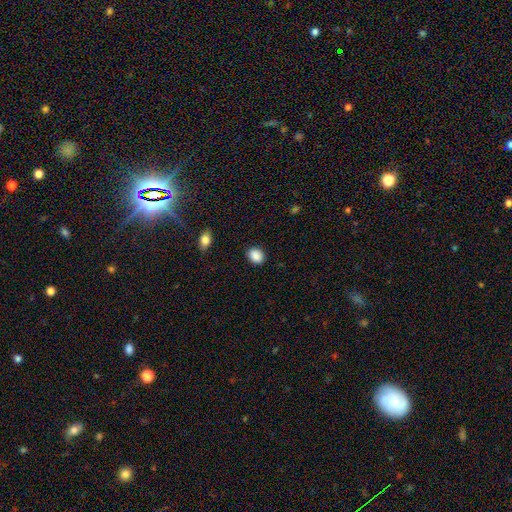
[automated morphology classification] Overall: smooth (89%). How rounded: in between (50%; round 49%). Merging: none (89%).